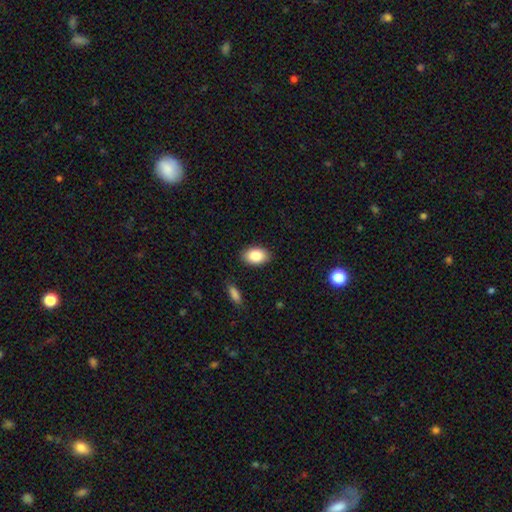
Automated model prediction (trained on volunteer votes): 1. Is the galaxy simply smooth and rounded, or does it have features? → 86% smooth, 7% star or artifact, 7% featured or disk.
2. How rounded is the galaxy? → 89% in between, 9% round, 1% cigar-shaped.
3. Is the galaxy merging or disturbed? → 88% none, 9% minor disturbance, 2% major disturbance, 1% merger.